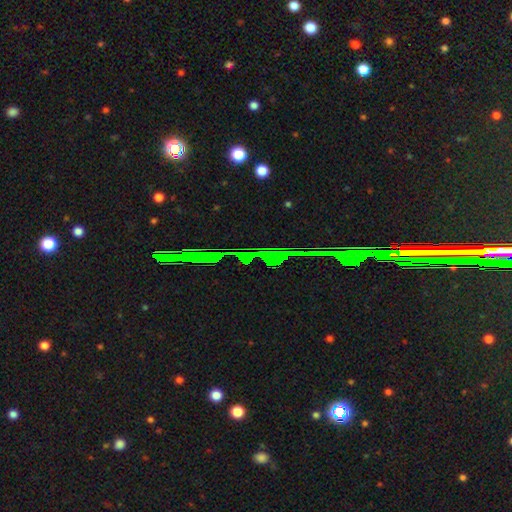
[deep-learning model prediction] smooth_or_featured: star or artifact (p=0.78) [alt: featured or disk p=0.11]